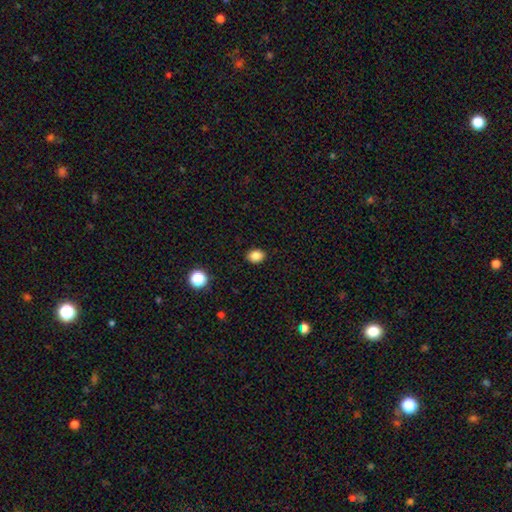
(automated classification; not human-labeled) Morphology: type=smooth (85%); roundness=in between (60%); merging=none (90%).